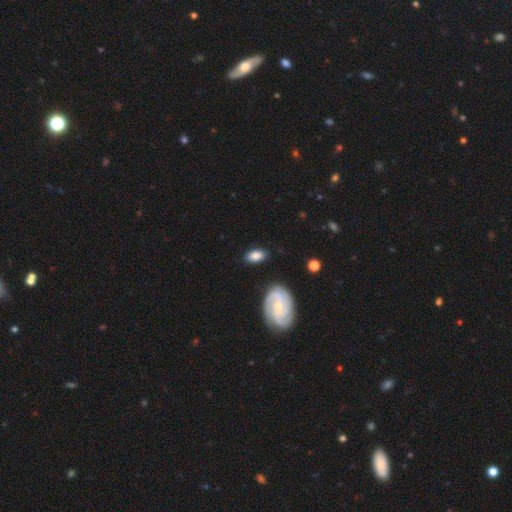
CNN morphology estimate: A smooth galaxy with no disk features (70%) that is in between round and cigar-shaped (89%).

Vote fractions:
- Smooth or featured? smooth: 70% / featured or disk: 23% / star or artifact: 7%
- How rounded? in between: 89% / round: 6% / cigar-shaped: 4%
- Merging? none: 81% / minor disturbance: 13% / major disturbance: 3% / merger: 2%